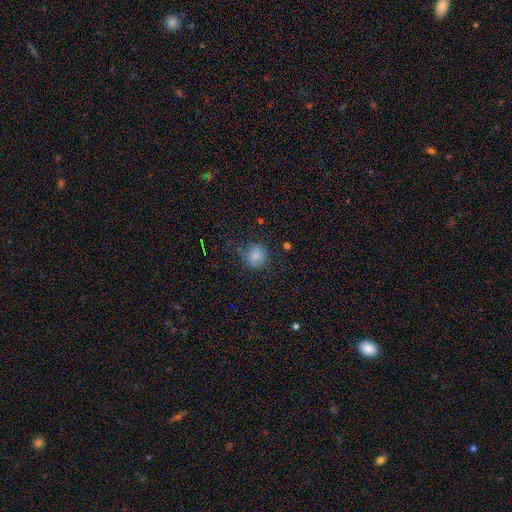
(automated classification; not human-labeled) smooth_or_featured: smooth (p=0.82) [alt: star or artifact p=0.12]
how_rounded: round (p=0.86) [alt: in between p=0.13]
merging: none (p=0.74) [alt: minor disturbance p=0.17]